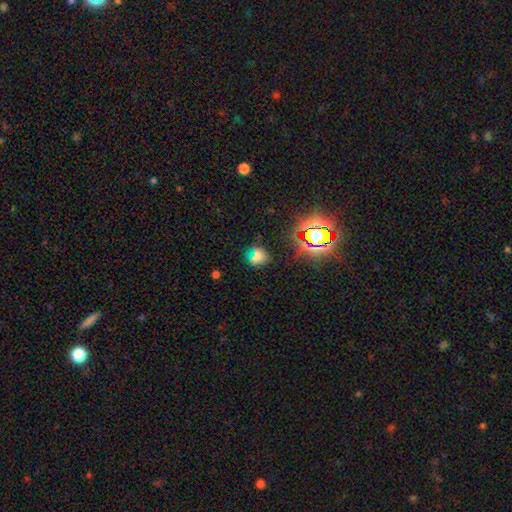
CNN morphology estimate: Smooth or featured?
  - smooth: 62% *
  - star or artifact: 28%
  - featured or disk: 10%
How rounded?
  - round: 60% *
  - in between: 38%
  - cigar-shaped: 2%
Merging?
  - none: 71% *
  - minor disturbance: 16%
  - merger: 8%
  - major disturbance: 6%